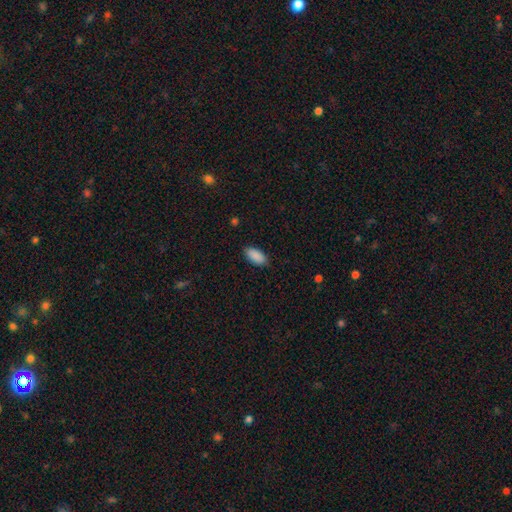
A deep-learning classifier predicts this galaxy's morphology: Smooth or featured?
  - smooth: 90% *
  - star or artifact: 7%
  - featured or disk: 3%
How rounded?
  - in between: 92% *
  - cigar-shaped: 6%
  - round: 2%
Merging?
  - none: 87% *
  - minor disturbance: 10%
  - major disturbance: 2%
  - merger: 1%